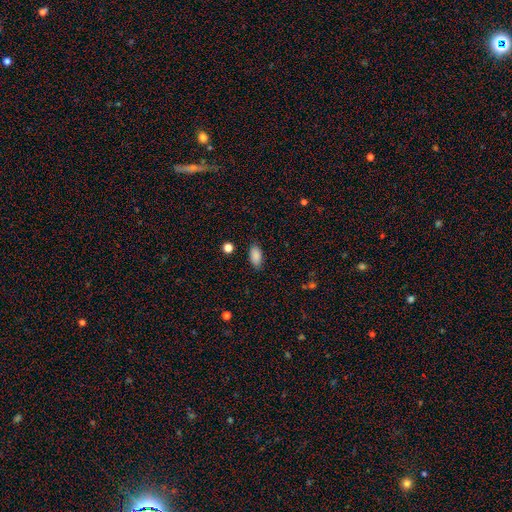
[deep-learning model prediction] Overall: smooth (88%). How rounded: in between (92%). Merging: none (85%).